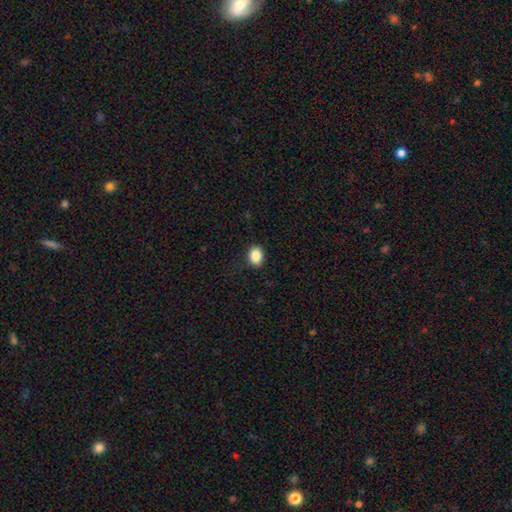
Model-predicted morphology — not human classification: A smooth galaxy with no disk features (87%) that is in between round and cigar-shaped (68%). Merging: none (85%).